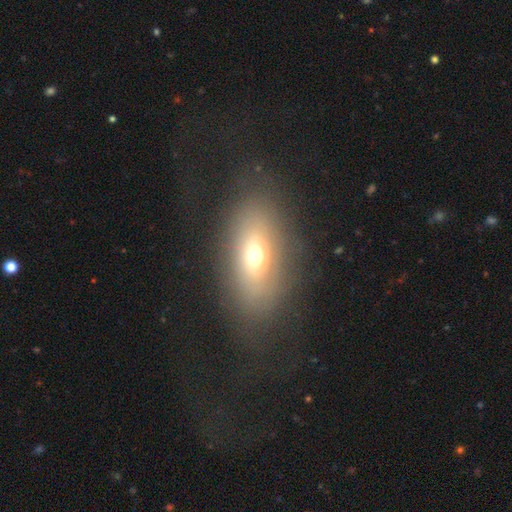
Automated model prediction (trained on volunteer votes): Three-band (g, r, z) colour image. It shows a smooth galaxy with no disk features (61%) that is in between round and cigar-shaped (81%). Merging: none (75%).